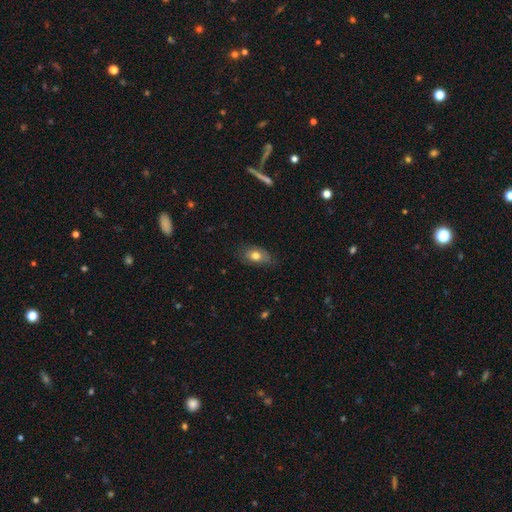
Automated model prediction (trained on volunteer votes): smooth 73%, featured or disk 19%, star or artifact 8%. Down the decision tree: how rounded — in between (85%); merging — none (67%).